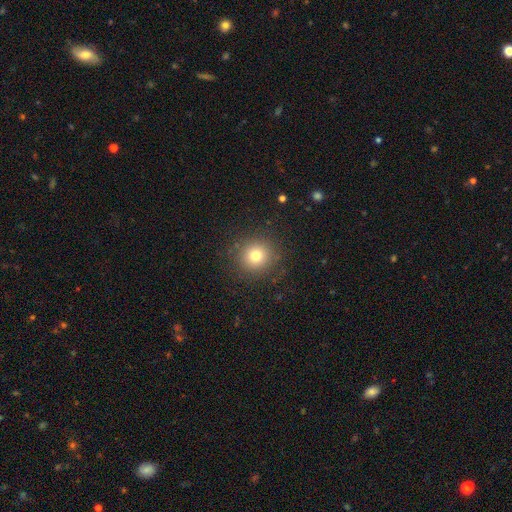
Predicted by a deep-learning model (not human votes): Smooth or featured?
  - smooth: 76% *
  - star or artifact: 14%
  - featured or disk: 9%
How rounded?
  - round: 93% *
  - in between: 6%
  - cigar-shaped: 1%
Merging?
  - none: 89% *
  - minor disturbance: 7%
  - major disturbance: 3%
  - merger: 1%